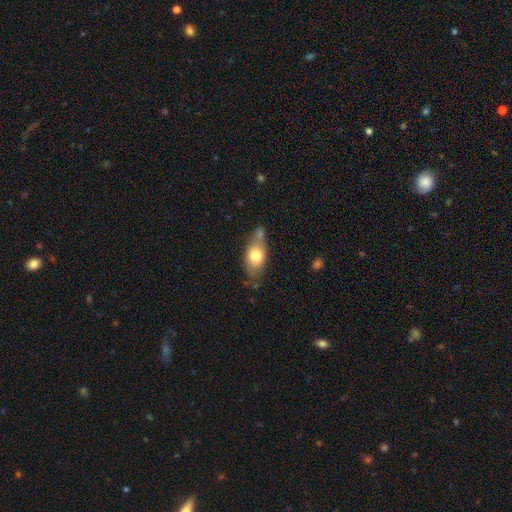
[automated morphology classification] smooth 72%, featured or disk 21%, star or artifact 7%. Down the decision tree: how rounded — in between (82%); merging — none (52%).